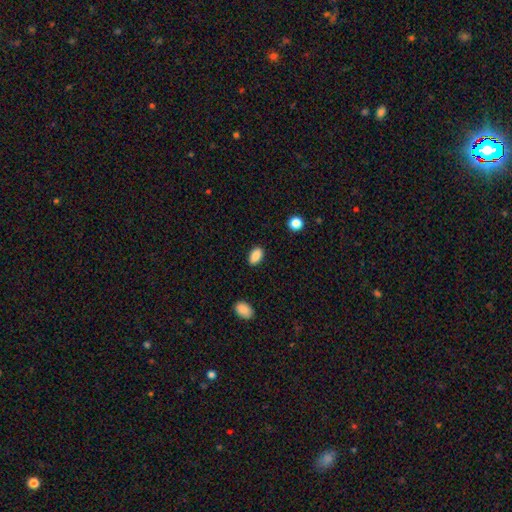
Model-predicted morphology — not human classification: smooth_or_featured: smooth (p=0.88) [alt: star or artifact p=0.08]
how_rounded: in between (p=0.90) [alt: round p=0.08]
merging: none (p=0.86) [alt: minor disturbance p=0.10]